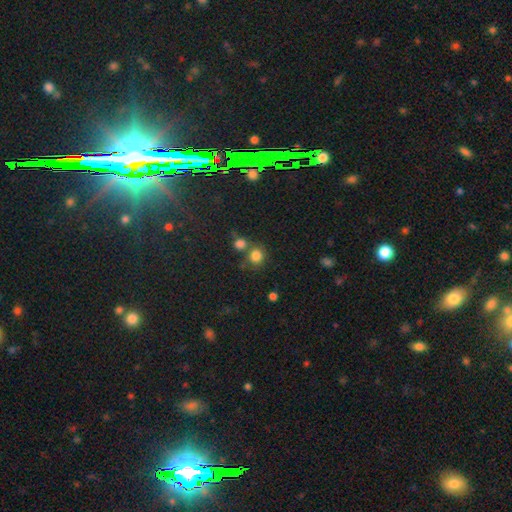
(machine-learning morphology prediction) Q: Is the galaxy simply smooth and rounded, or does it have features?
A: smooth — 80%.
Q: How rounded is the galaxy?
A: round — 82%.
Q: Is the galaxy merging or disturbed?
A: none — 61%.